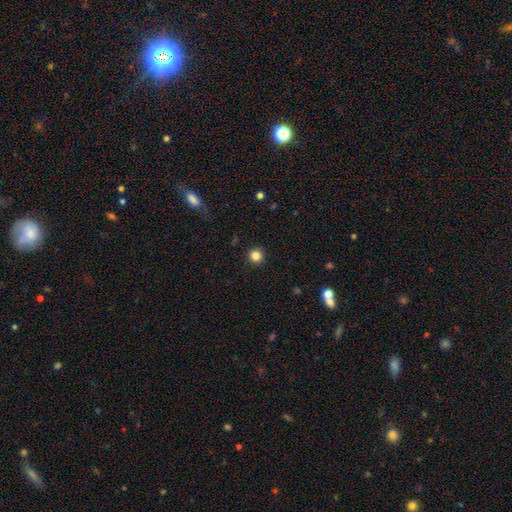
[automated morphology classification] A smooth galaxy with no disk features (84%) that is round (95%). Merging: none (92%).